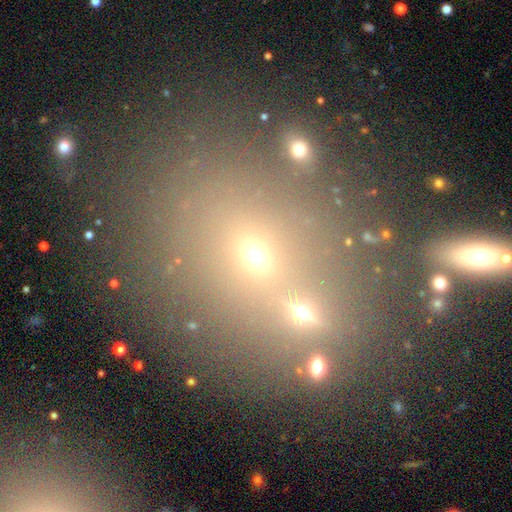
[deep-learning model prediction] This appears to be a smooth galaxy with no disk features (58%) that is in between round and cigar-shaped (52%). Merging: merger (44%).